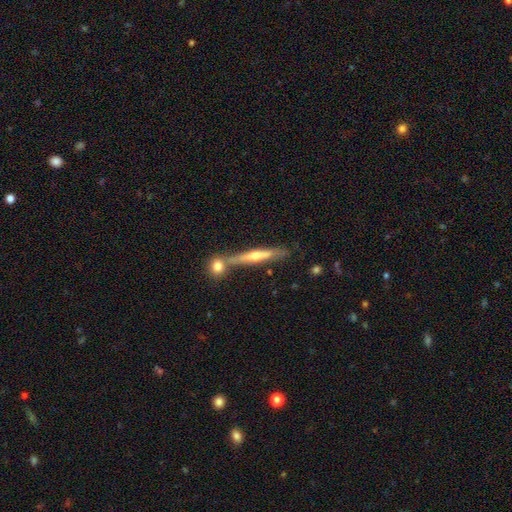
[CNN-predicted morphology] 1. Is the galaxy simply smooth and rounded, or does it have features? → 66% featured or disk, 27% smooth, 7% star or artifact.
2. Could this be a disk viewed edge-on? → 95% yes, 5% no.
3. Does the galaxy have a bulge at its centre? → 75% rounded, 19% none, 5% boxy.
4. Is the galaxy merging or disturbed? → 71% none, 16% merger, 10% minor disturbance, 3% major disturbance.